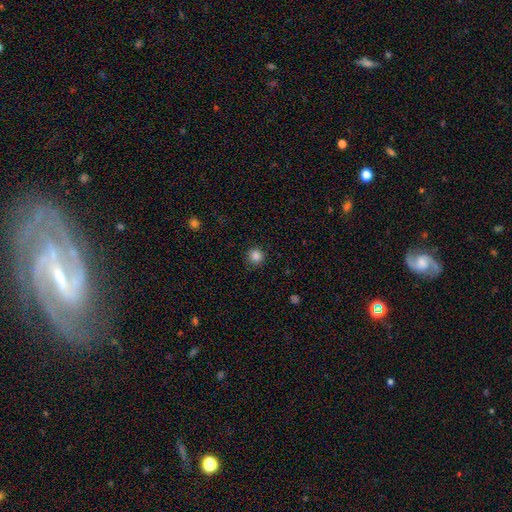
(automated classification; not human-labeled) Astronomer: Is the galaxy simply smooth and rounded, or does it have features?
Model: smooth — 85%.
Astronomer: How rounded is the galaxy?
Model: round — 95%.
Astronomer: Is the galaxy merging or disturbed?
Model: none — 89%.